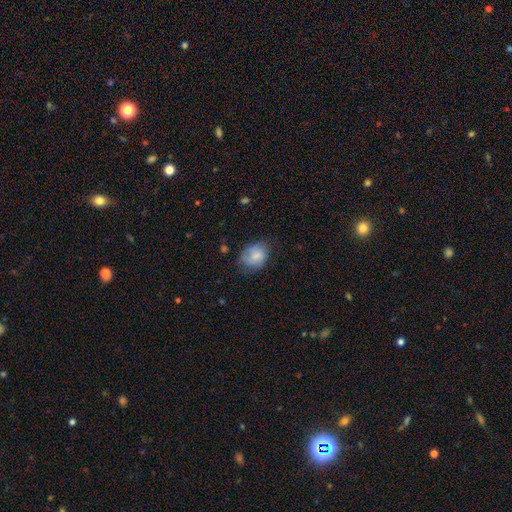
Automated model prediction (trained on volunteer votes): smooth 71%, featured or disk 21%, star or artifact 8%. Down the decision tree: how rounded — in between (59%); merging — none (59%).